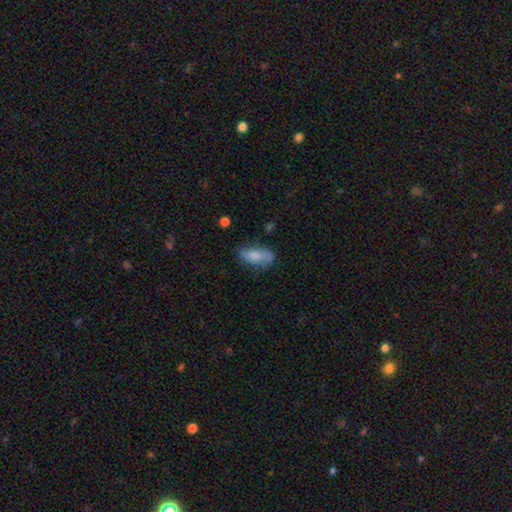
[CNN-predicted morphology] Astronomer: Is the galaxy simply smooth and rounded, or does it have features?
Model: smooth — 75%.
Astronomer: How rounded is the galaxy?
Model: in between — 86%.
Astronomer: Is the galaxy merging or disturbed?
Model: none — 60%.